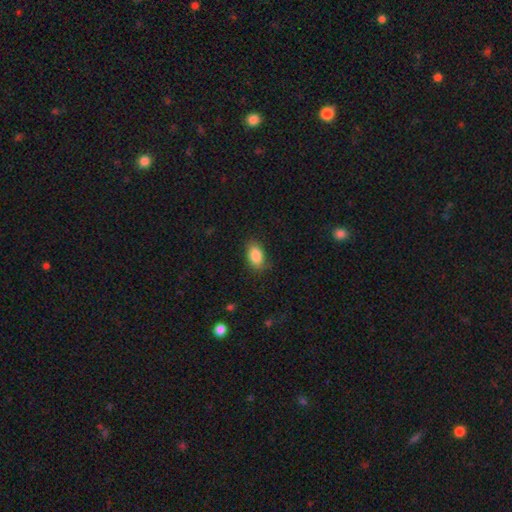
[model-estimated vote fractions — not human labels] A smooth galaxy with no disk features (87%) that is in between round and cigar-shaped (90%). Merging: none (83%).